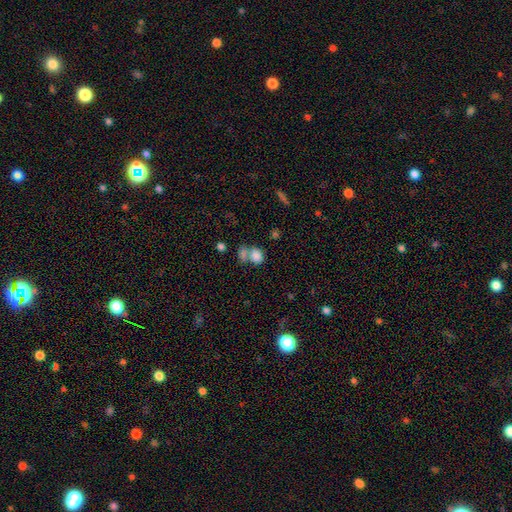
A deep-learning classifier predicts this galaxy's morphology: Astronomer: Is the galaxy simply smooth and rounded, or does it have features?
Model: smooth — 82%.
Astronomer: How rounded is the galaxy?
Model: in between — 59% (runner-up: round, 40%).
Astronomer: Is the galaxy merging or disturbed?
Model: merger — 51% (runner-up: none, 34%).